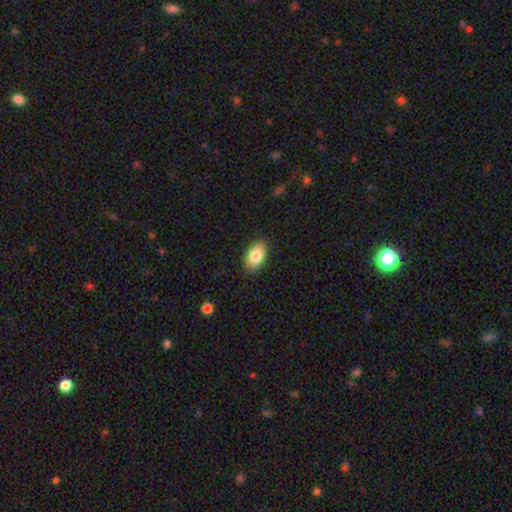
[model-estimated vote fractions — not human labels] Smooth or featured: smooth — 83% (featured or disk — 10%)
How rounded: in between — 91% (round — 7%)
Merging: none — 87% (minor disturbance — 10%)